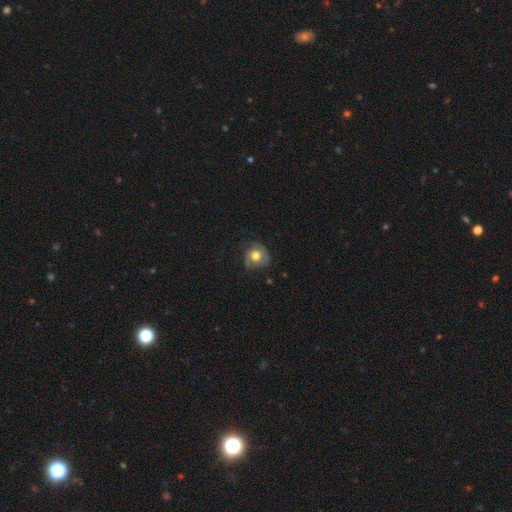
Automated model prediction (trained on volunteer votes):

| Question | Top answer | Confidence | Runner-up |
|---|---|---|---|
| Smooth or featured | smooth | 51% | featured or disk (41%) |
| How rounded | round | 79% | in between (20%) |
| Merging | none | 58% | minor disturbance (26%) |